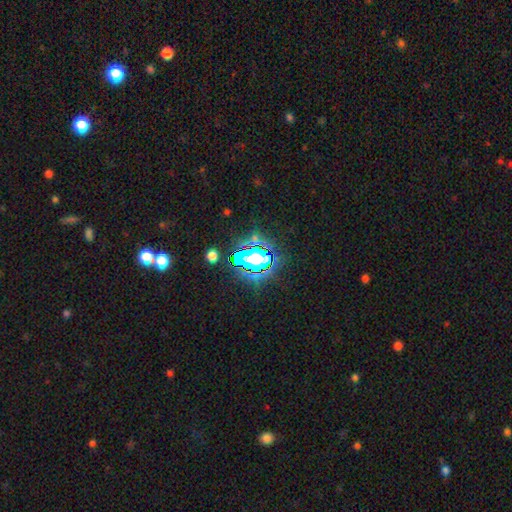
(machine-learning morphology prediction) Smooth or featured? star or artifact (64%)